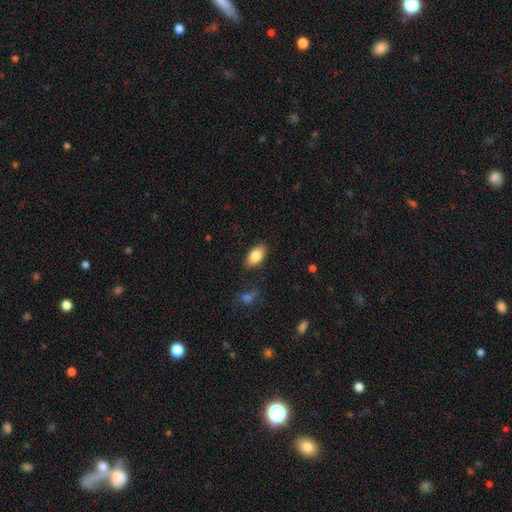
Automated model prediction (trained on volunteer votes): Q: Smooth or featured?
A: smooth (83%); runner-up: featured or disk (10%)
Q: How rounded?
A: in between (92%); runner-up: round (5%)
Q: Merging?
A: none (86%); runner-up: minor disturbance (10%)